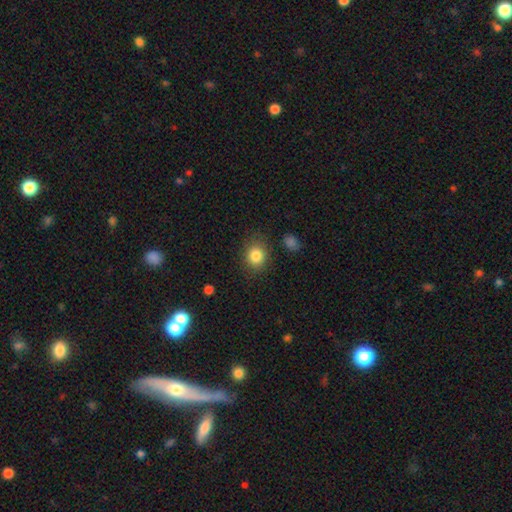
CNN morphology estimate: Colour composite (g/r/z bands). It shows a smooth galaxy with no disk features (84%) that is round (67%). Merging: none (81%).